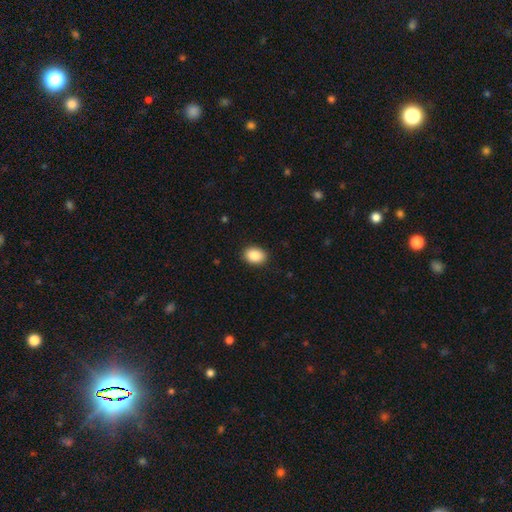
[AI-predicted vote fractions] Morphology: type=smooth (90%); roundness=in between (76%); merging=none (89%).